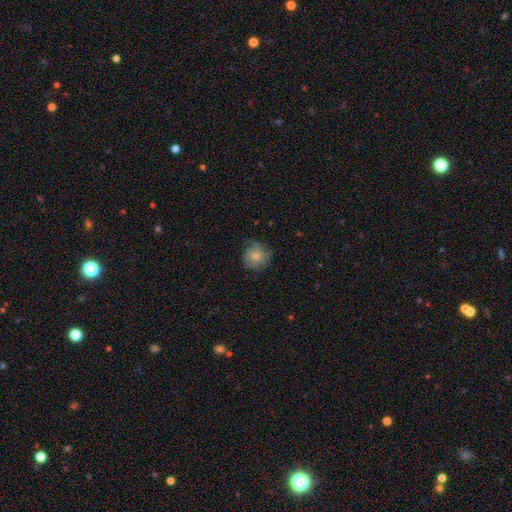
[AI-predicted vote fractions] Morphology: type=smooth (71%); roundness=round (84%); merging=none (61%).